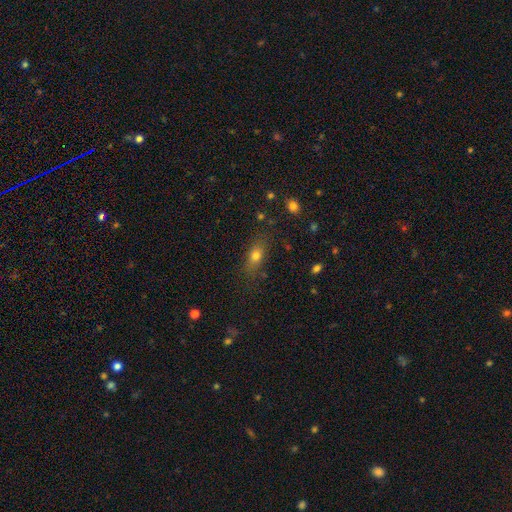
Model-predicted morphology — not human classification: Smooth or featured: smooth — 75% (featured or disk — 13%)
How rounded: in between — 72% (round — 15%)
Merging: none — 77% (minor disturbance — 15%)